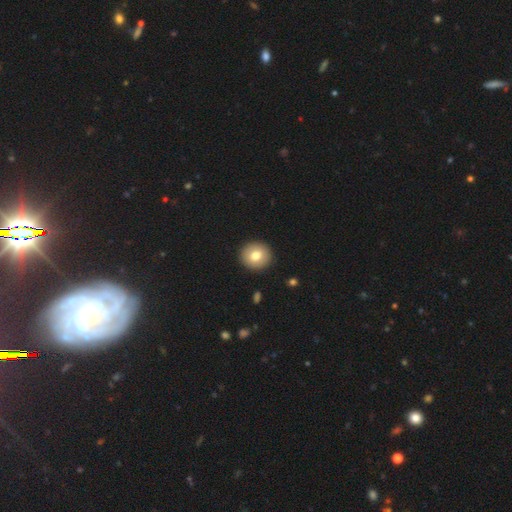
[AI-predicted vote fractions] A smooth galaxy with no disk features (77%) that is round (91%). Merging: none (93%).